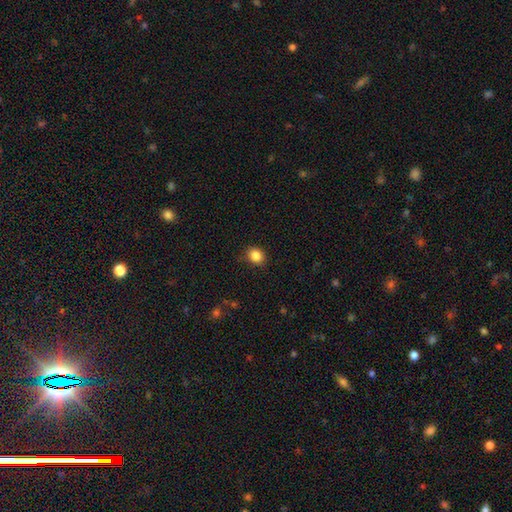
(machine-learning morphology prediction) smooth_or_featured: smooth (p=0.86) [alt: star or artifact p=0.10]
how_rounded: round (p=0.62) [alt: in between p=0.38]
merging: none (p=0.87) [alt: minor disturbance p=0.10]